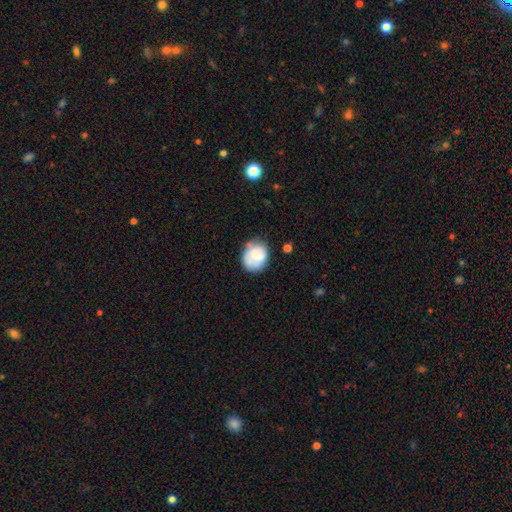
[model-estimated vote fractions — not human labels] This appears to be a smooth galaxy with no disk features (70%) that is round (63%). Merging: none (62%).